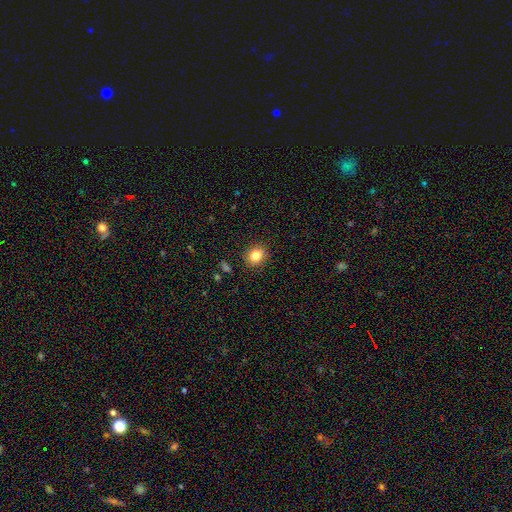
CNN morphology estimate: The model was most divided on "how rounded": round: 62%, in between: 37%, cigar-shaped: 1%. More confident: merging — none (89%); smooth or featured — smooth (83%).